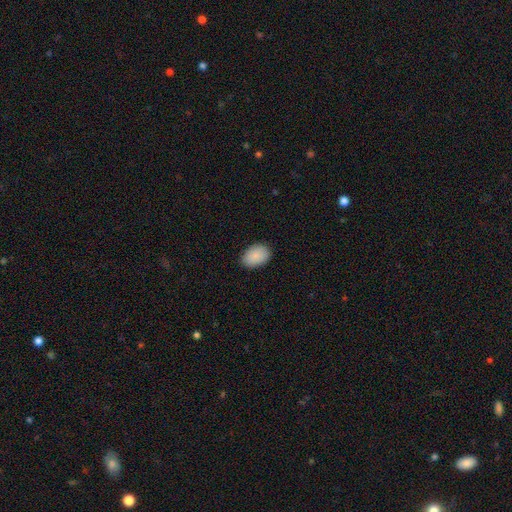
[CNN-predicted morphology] Q: Smooth or featured?
A: smooth (90%); runner-up: star or artifact (7%)
Q: How rounded?
A: in between (85%); runner-up: round (14%)
Q: Merging?
A: none (88%); runner-up: minor disturbance (9%)